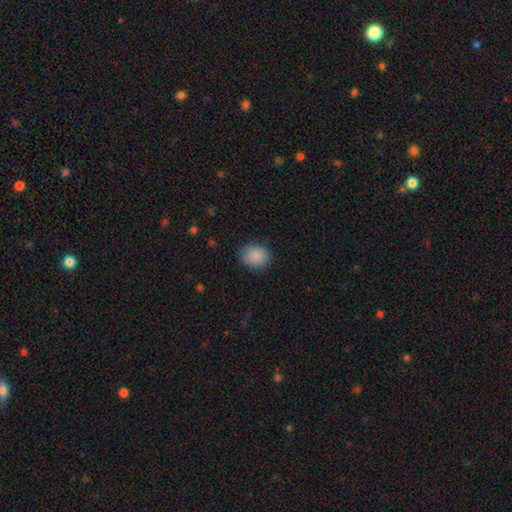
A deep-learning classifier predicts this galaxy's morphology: Smooth or featured? Predicted: smooth (p=0.89). How rounded? Predicted: round (p=0.63). Merging? Predicted: none (p=0.86).